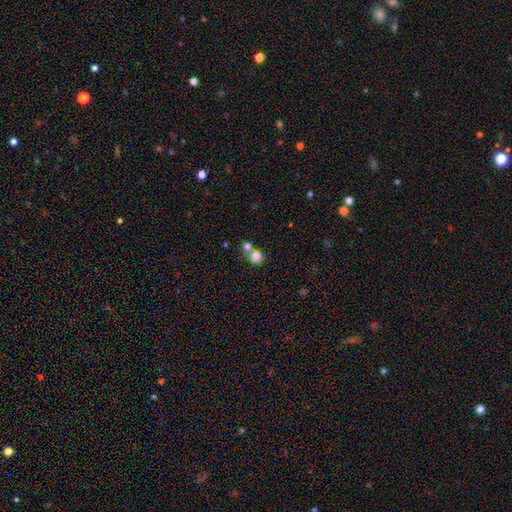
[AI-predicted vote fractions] smooth_or_featured: smooth (p=0.80) [alt: star or artifact p=0.12]
how_rounded: round (p=0.74) [alt: in between p=0.25]
merging: none (p=0.44) [alt: merger p=0.43]